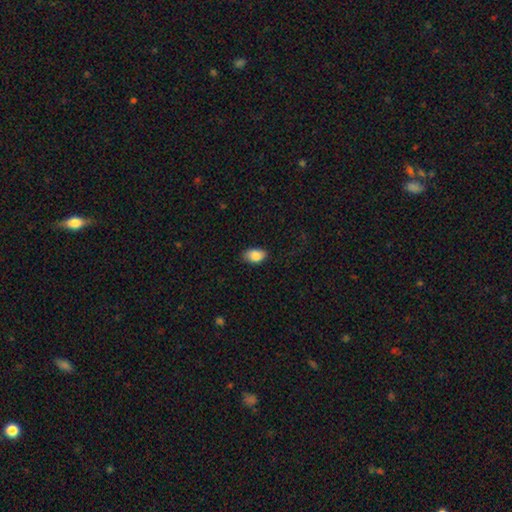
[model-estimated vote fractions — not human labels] Overall: smooth (87%). How rounded: in between (90%). Merging: none (79%).